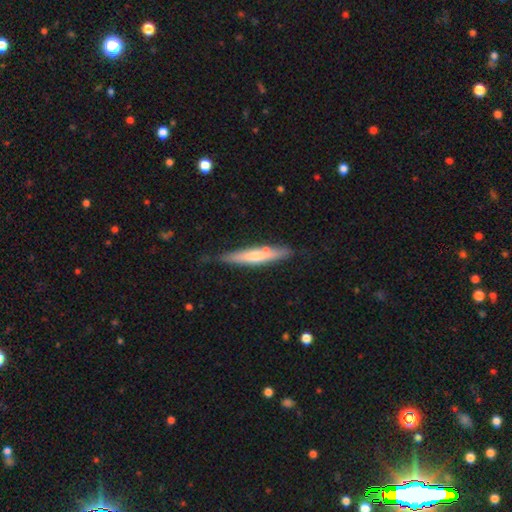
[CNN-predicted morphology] This is possibly a featured or disk galaxy (52%). It is clearly viewed edge-on (90%). Merging: likely none (79%).